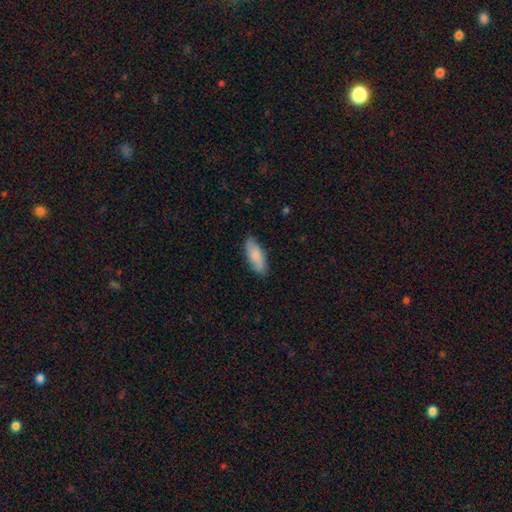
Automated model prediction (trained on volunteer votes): Smooth or featured? smooth (81%)
How rounded? in between (67%)
Merging? none (84%)